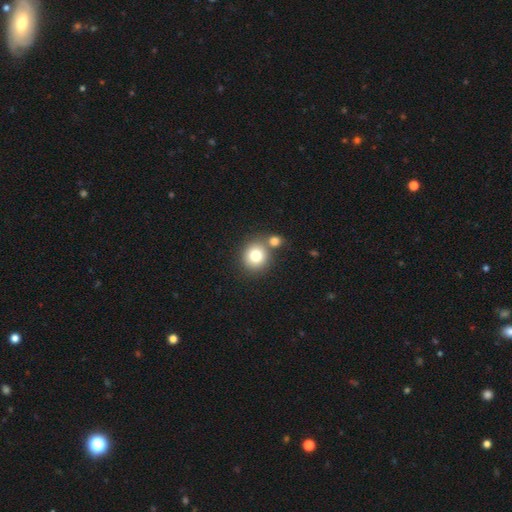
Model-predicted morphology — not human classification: Smooth or featured? Predicted: smooth (p=0.79). How rounded? Predicted: round (p=0.84). Merging? Predicted: none (p=0.62).